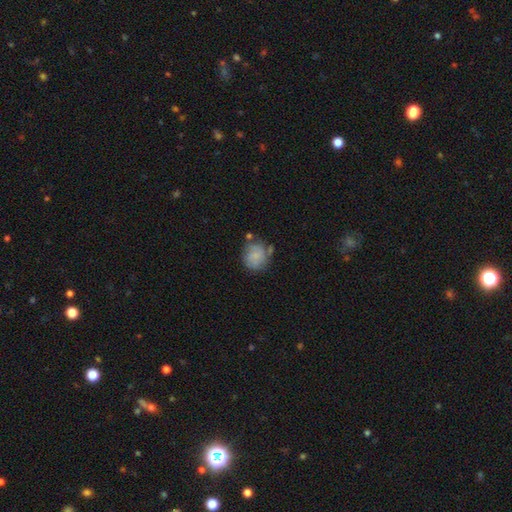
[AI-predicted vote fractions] Overall: smooth (64%; featured or disk 27%). How rounded: round (76%). Merging: none (54%; minor disturbance 25%).